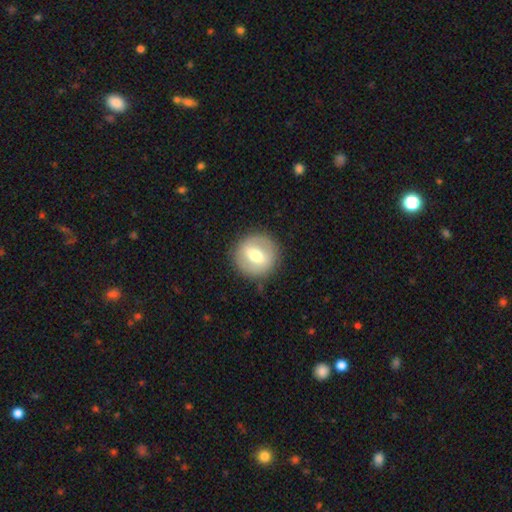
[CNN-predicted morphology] The model was most divided on "smooth or featured": smooth: 49%, featured or disk: 44%, star or artifact: 7%. More confident: merging — none (87%).